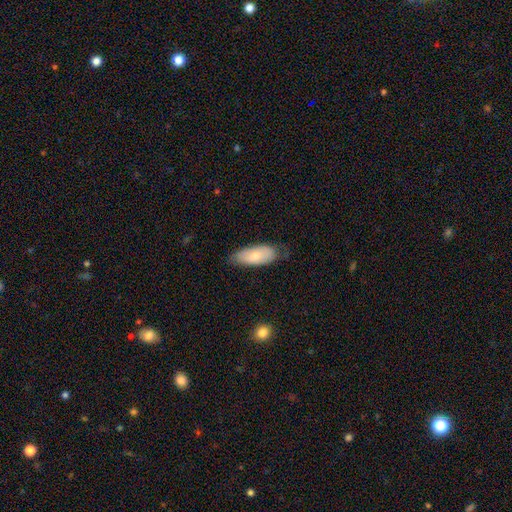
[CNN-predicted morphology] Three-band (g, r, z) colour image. It shows a smooth galaxy with no disk features (76%) that is in between round and cigar-shaped (87%). Merging: none (66%).